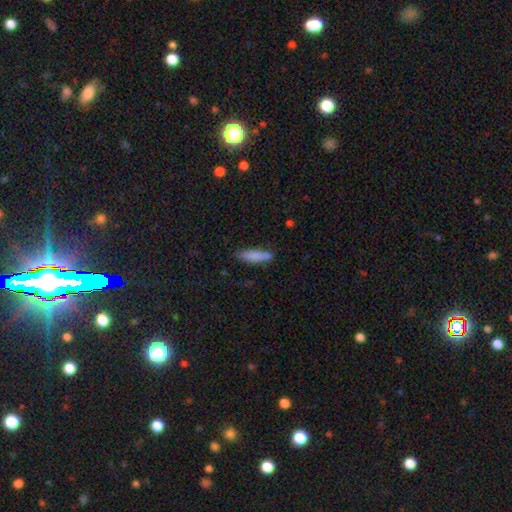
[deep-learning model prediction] Smooth or featured? Predicted: smooth (p=0.84). How rounded? Predicted: cigar-shaped (p=0.67). Merging? Predicted: none (p=0.71).